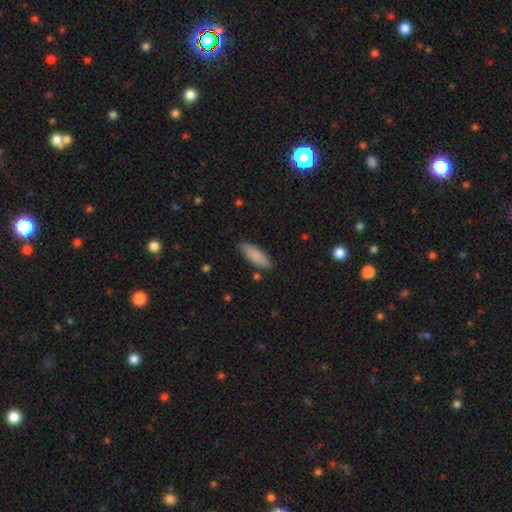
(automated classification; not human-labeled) Overall: smooth (86%). How rounded: in between (62%; cigar-shaped 36%). Merging: none (83%).